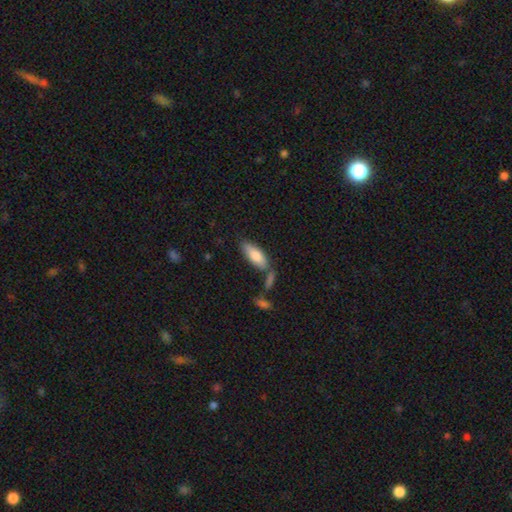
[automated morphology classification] This appears to be a smooth galaxy with no disk features (80%) that is in between round and cigar-shaped (71%). Merging: none (65%).